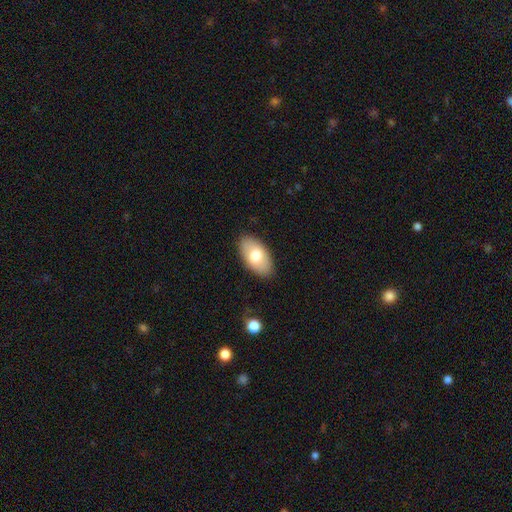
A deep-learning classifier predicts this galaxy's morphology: A smooth galaxy with no disk features (73%) that is in between round and cigar-shaped (95%). Merging: none (86%).